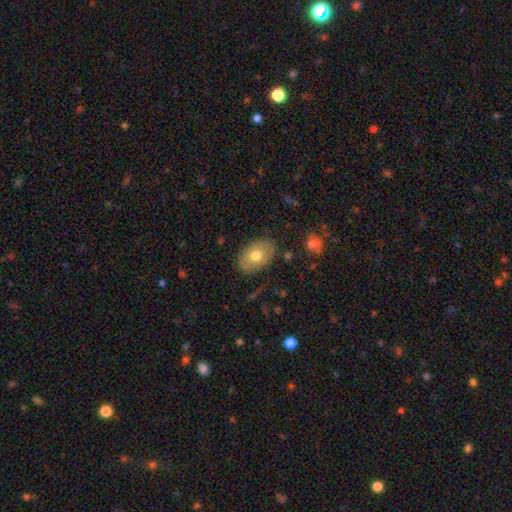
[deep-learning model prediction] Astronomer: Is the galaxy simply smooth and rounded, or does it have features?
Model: smooth — 67%.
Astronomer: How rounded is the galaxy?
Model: in between — 83%.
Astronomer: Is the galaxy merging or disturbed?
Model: none — 82%.